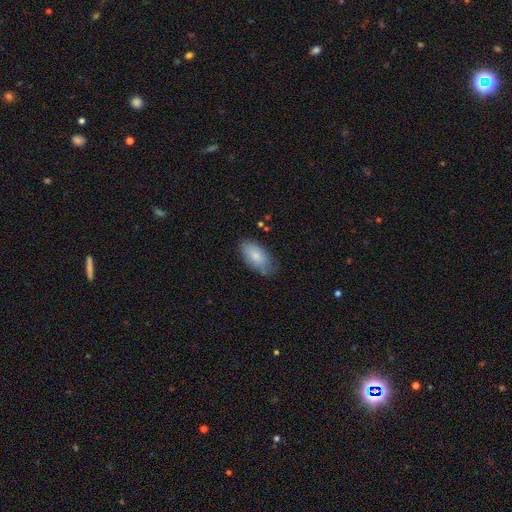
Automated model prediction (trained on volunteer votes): Smooth or featured? smooth (82%)
How rounded? in between (94%)
Merging? none (72%)